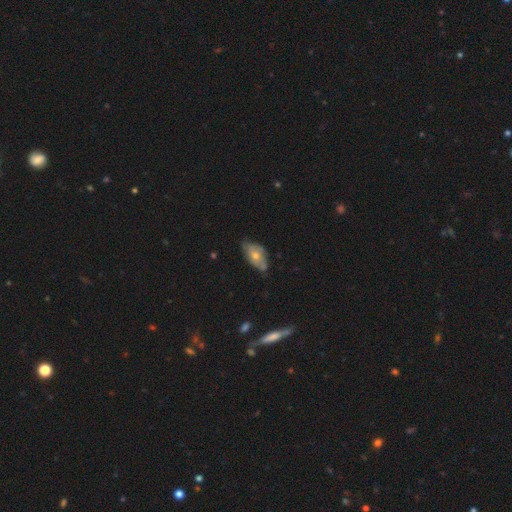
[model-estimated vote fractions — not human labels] smooth 51%, featured or disk 42%, star or artifact 7%. Down the decision tree: how rounded — in between (90%); merging — none (54%).